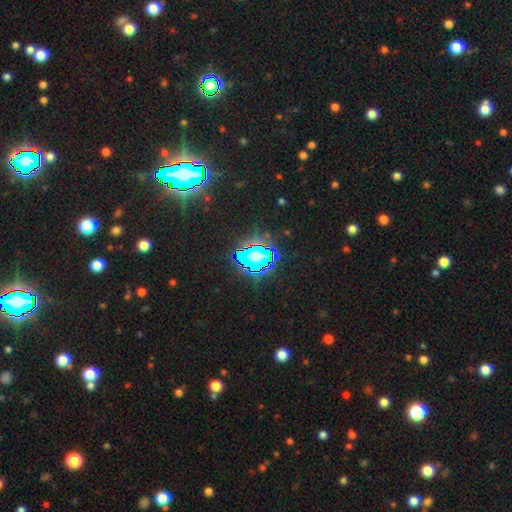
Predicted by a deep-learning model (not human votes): star or artifact 59%, smooth 27%, featured or disk 14%.